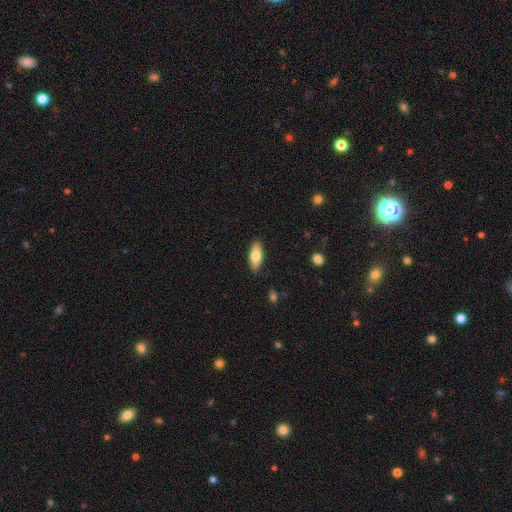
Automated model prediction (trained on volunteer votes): smooth_or_featured: smooth (p=0.75) [alt: featured or disk p=0.19]
how_rounded: in between (p=0.78) [alt: cigar-shaped p=0.20]
merging: none (p=0.88) [alt: minor disturbance p=0.09]